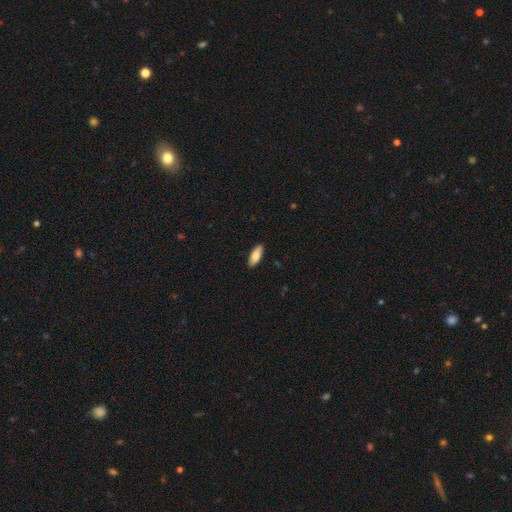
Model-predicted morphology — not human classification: A smooth galaxy with no disk features (84%) that is in between round and cigar-shaped (74%).

Vote fractions:
- Smooth or featured? smooth: 84% / featured or disk: 11% / star or artifact: 6%
- How rounded? in between: 74% / cigar-shaped: 24% / round: 2%
- Merging? none: 89% / minor disturbance: 8% / major disturbance: 2% / merger: 1%